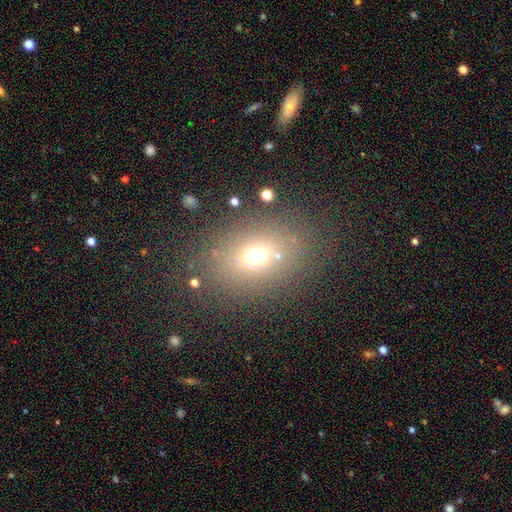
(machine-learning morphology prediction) Q: Smooth or featured?
A: smooth (63%); runner-up: star or artifact (23%)
Q: How rounded?
A: in between (57%); runner-up: round (41%)
Q: Merging?
A: none (78%); runner-up: minor disturbance (11%)